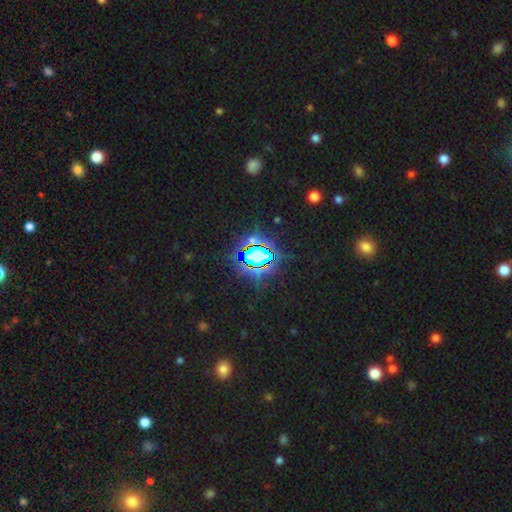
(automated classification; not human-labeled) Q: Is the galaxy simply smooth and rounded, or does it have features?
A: star or artifact — 76%.